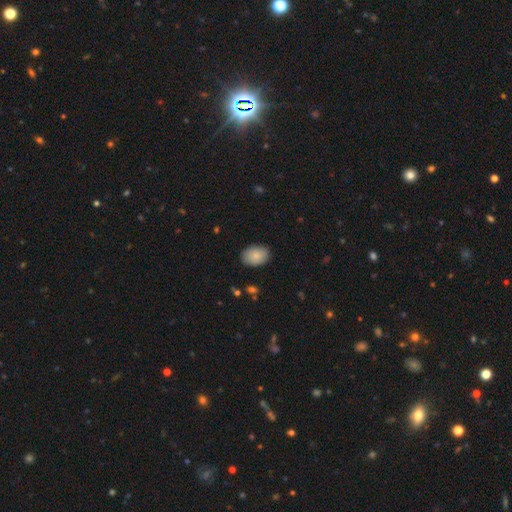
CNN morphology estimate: This is clearly a smooth galaxy (87%). How rounded: clearly in between (83%). Merging: clearly none (86%).